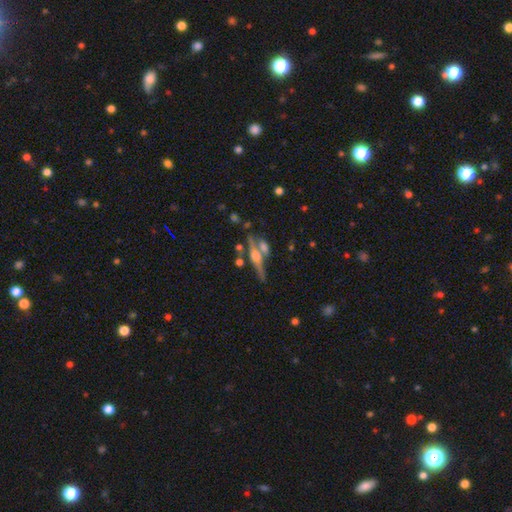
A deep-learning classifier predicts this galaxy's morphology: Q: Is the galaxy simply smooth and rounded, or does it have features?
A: featured or disk — 67%.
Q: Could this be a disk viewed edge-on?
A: yes — 91%.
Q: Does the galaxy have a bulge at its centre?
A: rounded — 79%.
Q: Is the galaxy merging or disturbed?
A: none — 55%.